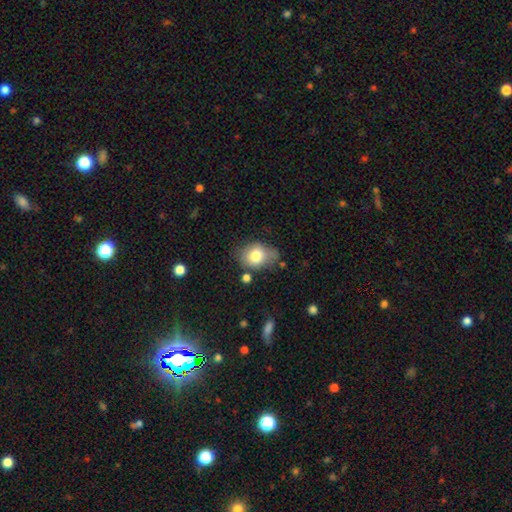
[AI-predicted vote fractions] smooth 76%, featured or disk 15%, star or artifact 9%. Down the decision tree: how rounded — in between (60%); merging — none (53%).